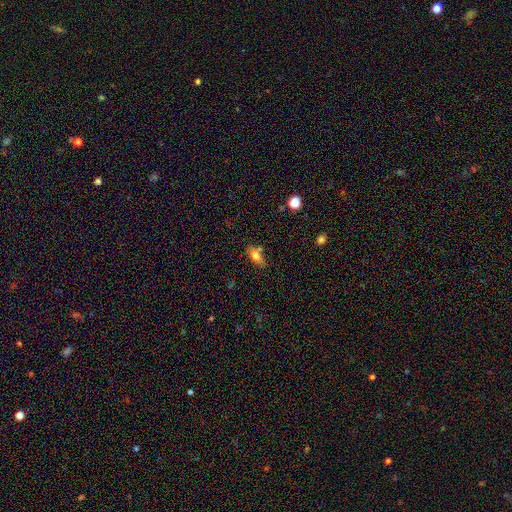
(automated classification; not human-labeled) A smooth galaxy with no disk features (69%) that is in between round and cigar-shaped (76%). Merging: none (66%).